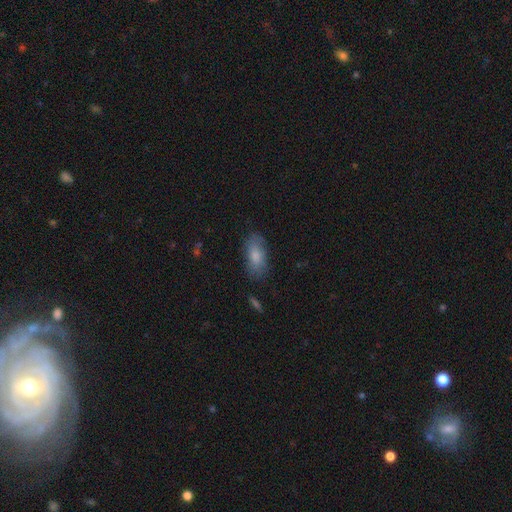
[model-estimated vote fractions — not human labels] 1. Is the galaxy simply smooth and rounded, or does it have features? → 80% smooth, 14% featured or disk, 7% star or artifact.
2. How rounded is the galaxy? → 83% in between, 14% cigar-shaped, 3% round.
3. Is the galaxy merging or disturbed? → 76% none, 18% minor disturbance, 5% major disturbance, 2% merger.